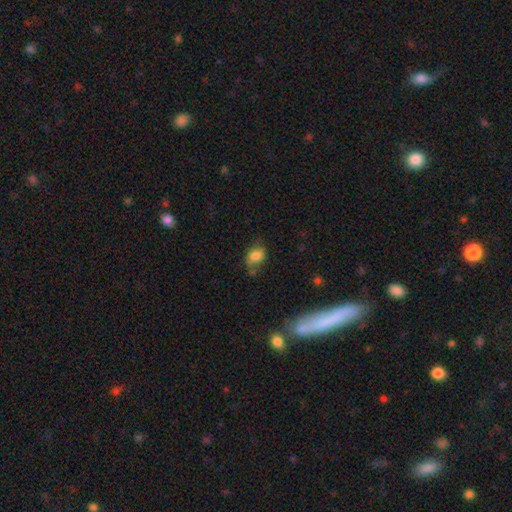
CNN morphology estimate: type=smooth (76%); roundness=in between (69%); merging=none (51%).